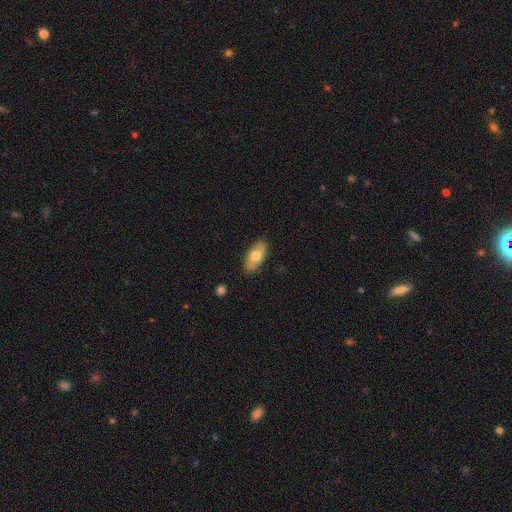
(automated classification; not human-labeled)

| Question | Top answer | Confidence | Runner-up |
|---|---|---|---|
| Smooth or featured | smooth | 68% | featured or disk (26%) |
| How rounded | in between | 90% | cigar-shaped (7%) |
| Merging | none | 84% | minor disturbance (12%) |